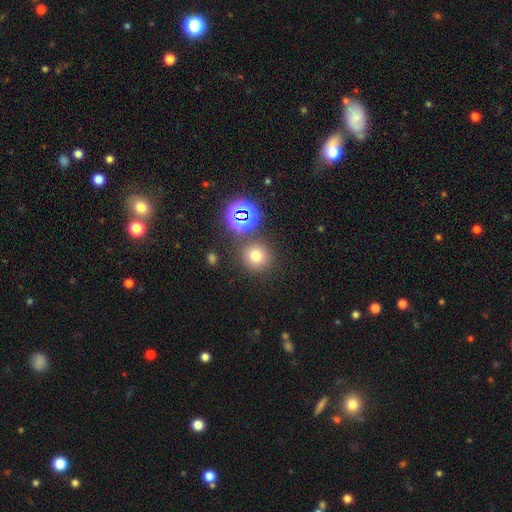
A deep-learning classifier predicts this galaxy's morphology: type=smooth (69%); roundness=round (90%); merging=none (80%).